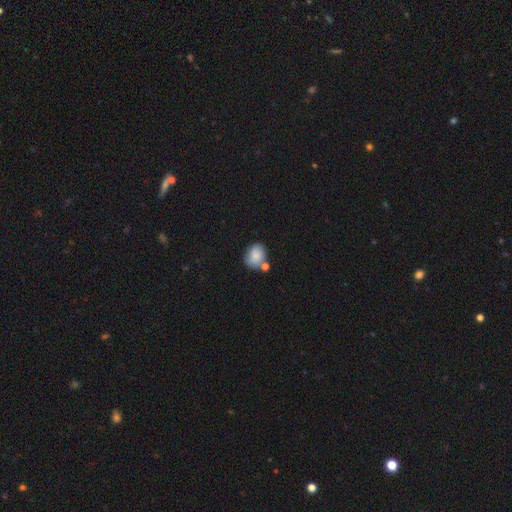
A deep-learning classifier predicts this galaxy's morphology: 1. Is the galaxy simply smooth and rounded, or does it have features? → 78% smooth, 14% featured or disk, 8% star or artifact.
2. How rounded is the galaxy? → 58% in between, 41% round, 1% cigar-shaped.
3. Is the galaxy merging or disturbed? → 56% none, 20% merger, 19% minor disturbance, 5% major disturbance.